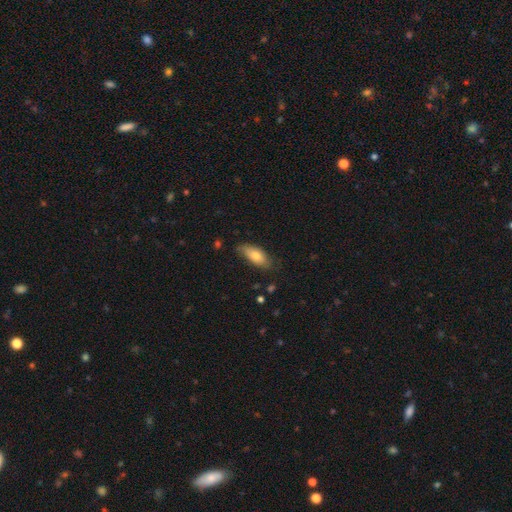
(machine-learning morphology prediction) smooth 73%, featured or disk 21%, star or artifact 7%. Down the decision tree: how rounded — in between (80%); merging — none (70%).